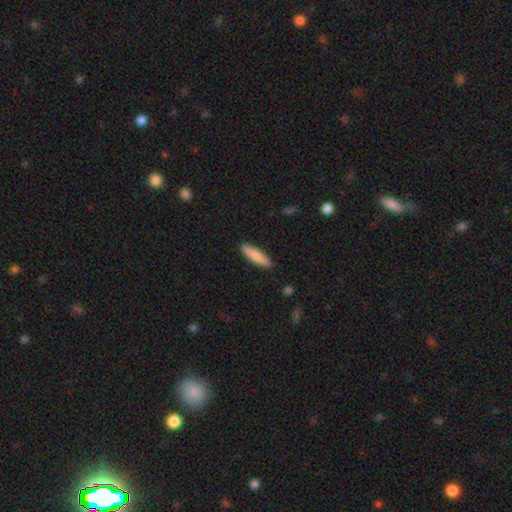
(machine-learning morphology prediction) Smooth or featured? smooth (83%)
How rounded? cigar-shaped (76%)
Merging? none (90%)